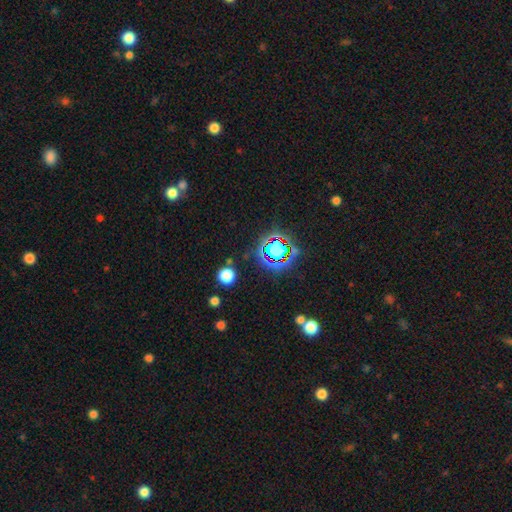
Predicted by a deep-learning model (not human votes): The model was most divided on "smooth or featured": star or artifact: 74%, smooth: 16%, featured or disk: 9%.